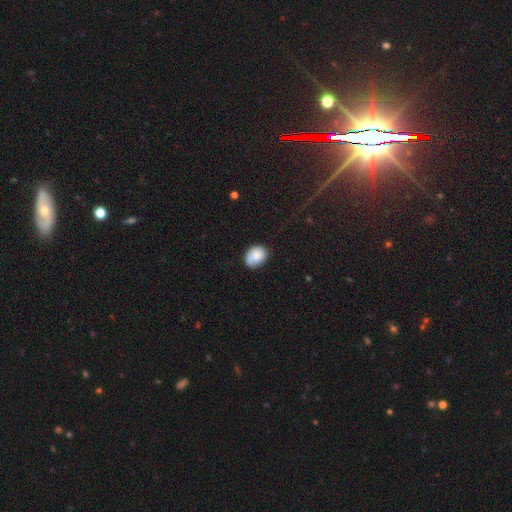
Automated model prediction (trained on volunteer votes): Morphology: type=smooth (81%); roundness=in between (57%); merging=none (67%).